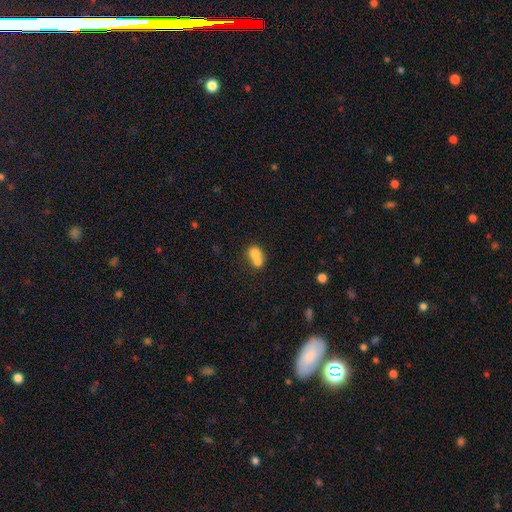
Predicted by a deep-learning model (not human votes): A smooth galaxy with no disk features (70%) that is round (52%). Merging: merger (70%).